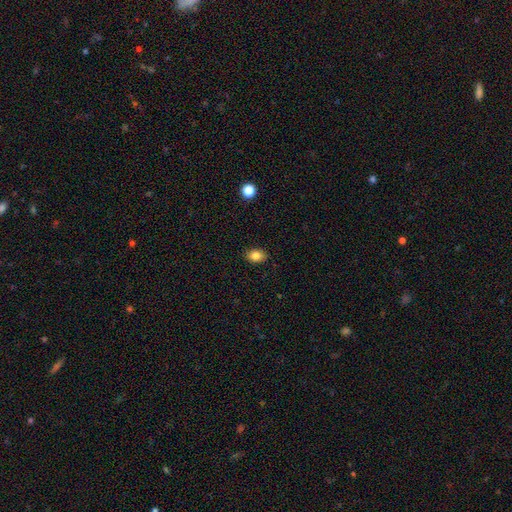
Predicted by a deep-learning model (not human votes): smooth_or_featured: smooth (p=0.83) [alt: star or artifact p=0.10]
how_rounded: in between (p=0.79) [alt: round p=0.20]
merging: none (p=0.88) [alt: minor disturbance p=0.09]